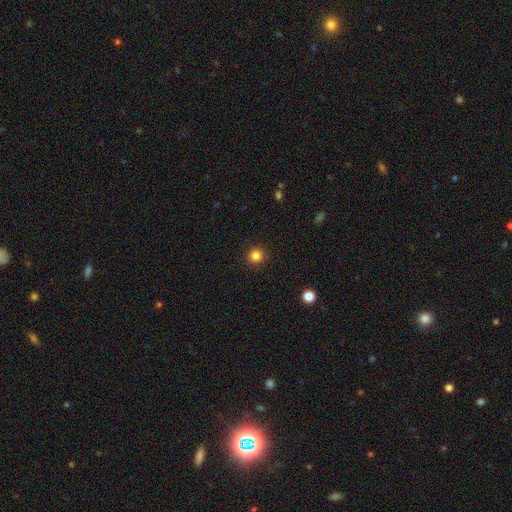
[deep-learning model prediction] This appears to be a smooth galaxy with no disk features (84%) that is round (95%). Merging: none (92%).